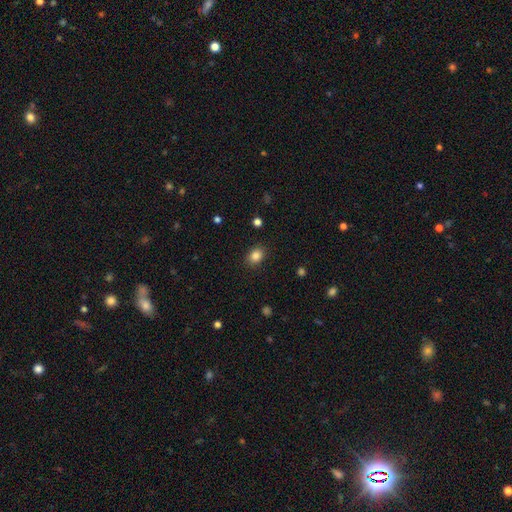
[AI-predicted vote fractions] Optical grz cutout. It shows a smooth galaxy with no disk features (85%) that is in between round and cigar-shaped (56%). Merging: none (87%).